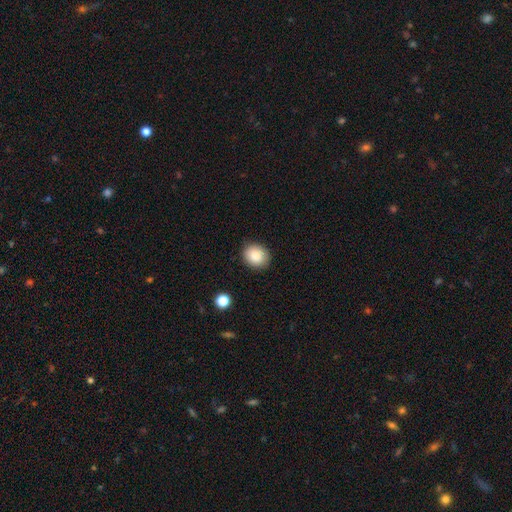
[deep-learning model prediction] Smooth or featured? smooth (84%)
How rounded? round (67%)
Merging? none (88%)